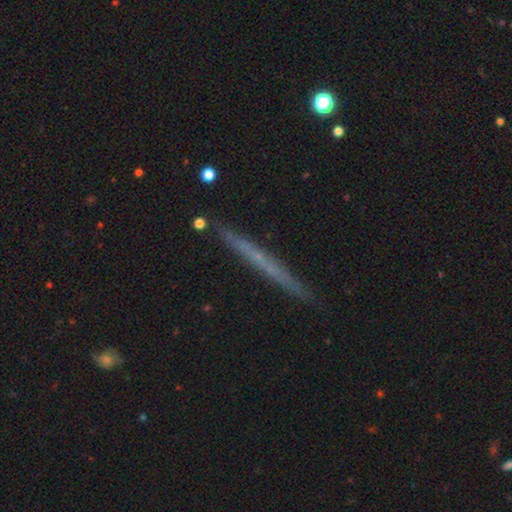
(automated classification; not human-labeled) Smooth or featured? Predicted: featured or disk (p=0.53). Edge-on disk? Predicted: yes (p=0.97). Edge-on bulge? Predicted: none (p=0.88). Merging? Predicted: none (p=0.90).